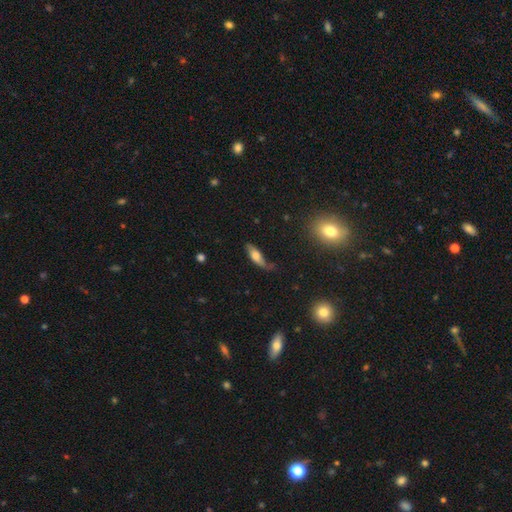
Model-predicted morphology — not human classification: A smooth galaxy with no disk features (57%) that is in between round and cigar-shaped (59%). Merging: none (47%).